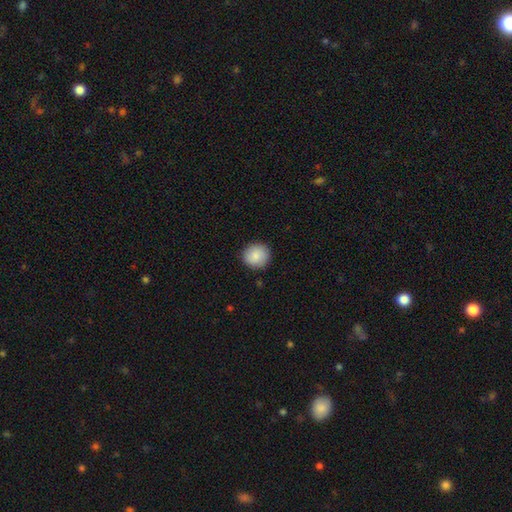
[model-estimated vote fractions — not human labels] Overall: smooth (87%). How rounded: round (91%). Merging: none (89%).